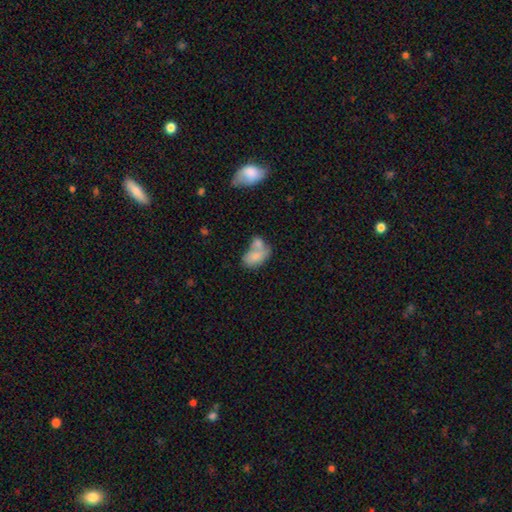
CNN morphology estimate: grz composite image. It shows a smooth galaxy with no disk features (76%) that is in between round and cigar-shaped (87%). Merging: merger (57%).